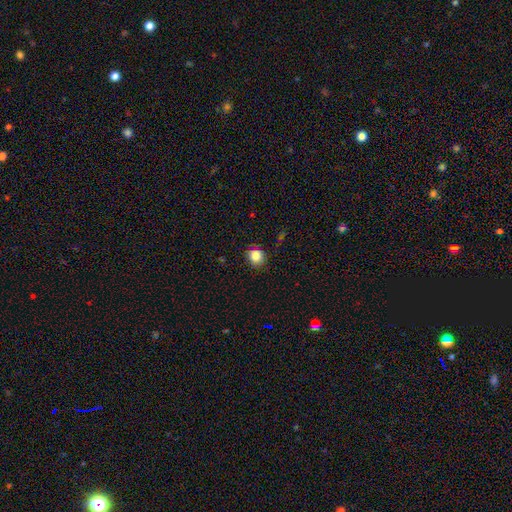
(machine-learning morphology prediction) smooth 83%, star or artifact 11%, featured or disk 7%. Down the decision tree: how rounded — round (78%); merging — none (84%).